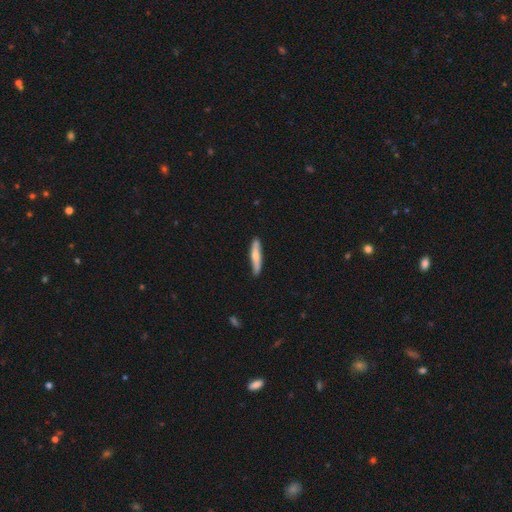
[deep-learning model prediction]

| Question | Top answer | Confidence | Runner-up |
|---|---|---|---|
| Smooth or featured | smooth | 62% | featured or disk (34%) |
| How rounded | cigar-shaped | 87% | in between (11%) |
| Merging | none | 84% | minor disturbance (13%) |